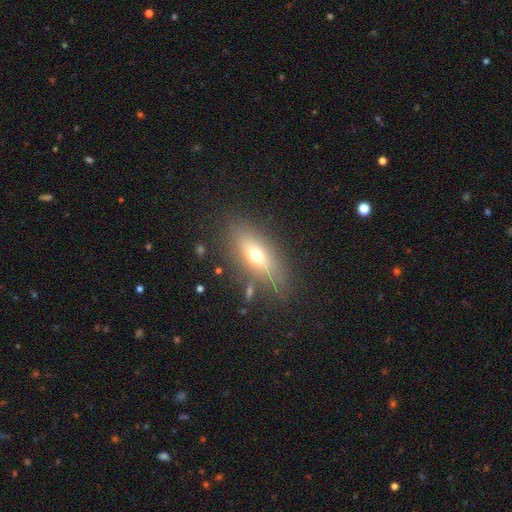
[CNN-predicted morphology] Smooth or featured? smooth (60%)
How rounded? in between (71%)
Merging? none (76%)